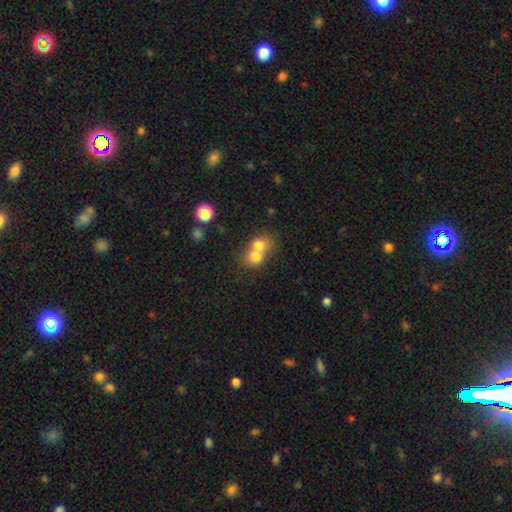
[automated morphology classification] This appears to be a smooth galaxy with no disk features (73%) that is round (68%). Merging: merger (69%).